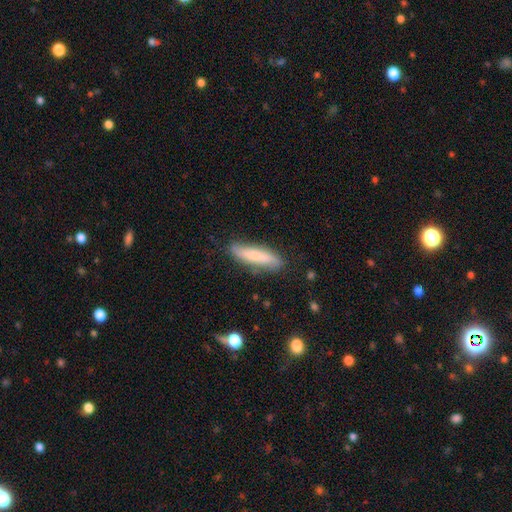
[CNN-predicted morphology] type=smooth (70%); roundness=cigar-shaped (76%); merging=none (80%).